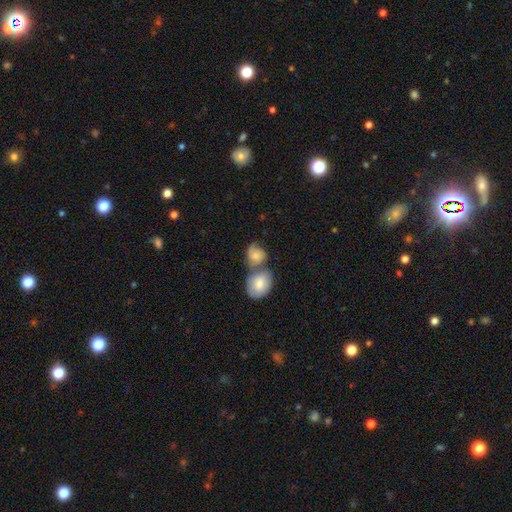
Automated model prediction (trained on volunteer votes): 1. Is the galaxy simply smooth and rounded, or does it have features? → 67% smooth, 26% featured or disk, 7% star or artifact.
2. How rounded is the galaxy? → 54% round, 45% in between, 1% cigar-shaped.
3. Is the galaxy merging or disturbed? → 59% merger, 24% none, 11% minor disturbance, 6% major disturbance.